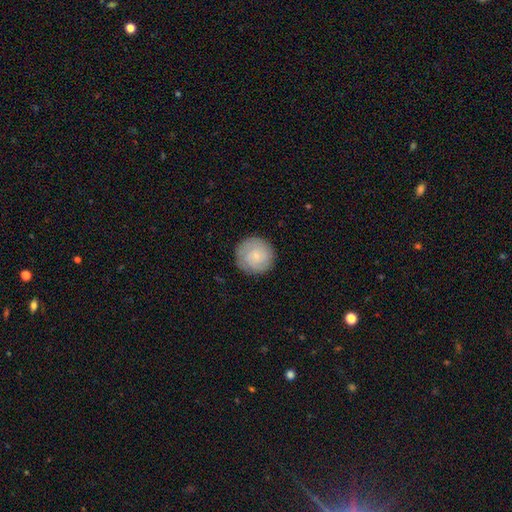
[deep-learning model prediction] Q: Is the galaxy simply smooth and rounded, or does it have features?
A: smooth — 52%.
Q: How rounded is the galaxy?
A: round — 94%.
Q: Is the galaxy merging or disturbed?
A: none — 87%.